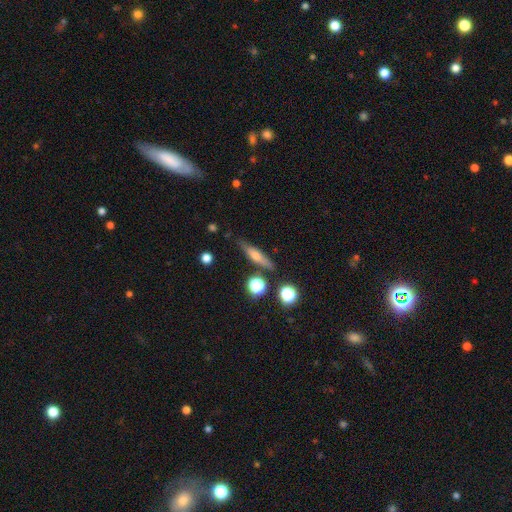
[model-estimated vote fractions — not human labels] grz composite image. It shows a featured or disk galaxy (49%). Merging: none (82%).